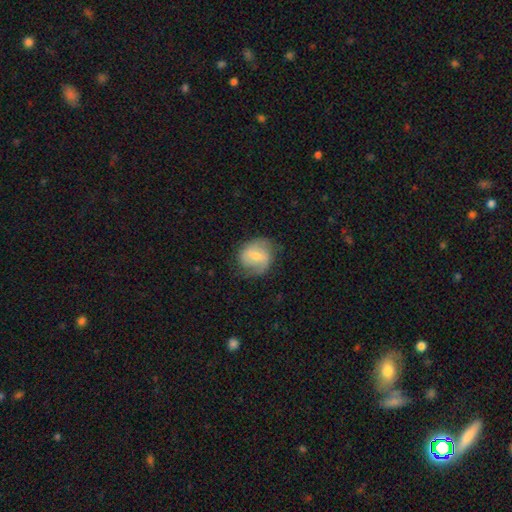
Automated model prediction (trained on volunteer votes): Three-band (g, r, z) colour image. It shows a featured or disk galaxy (51%) with a weak bar (50%), spiral arms (83%) and a small central bulge (49%). Merging: none (69%).